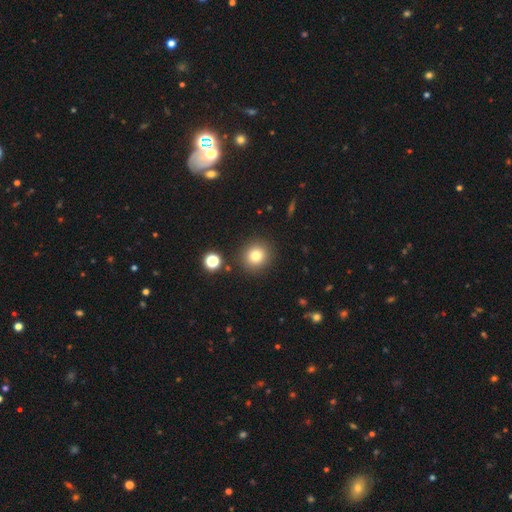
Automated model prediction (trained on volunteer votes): smooth 80%, star or artifact 13%, featured or disk 8%. Down the decision tree: how rounded — round (87%); merging — none (88%).